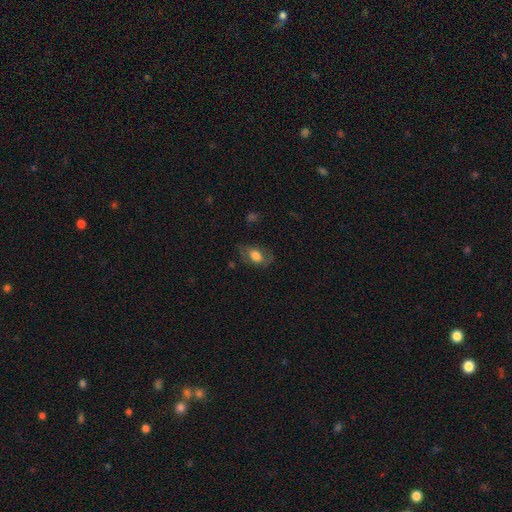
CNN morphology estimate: Q: Smooth or featured?
A: smooth (67%); runner-up: featured or disk (25%)
Q: How rounded?
A: in between (84%); runner-up: round (14%)
Q: Merging?
A: none (62%); runner-up: minor disturbance (23%)